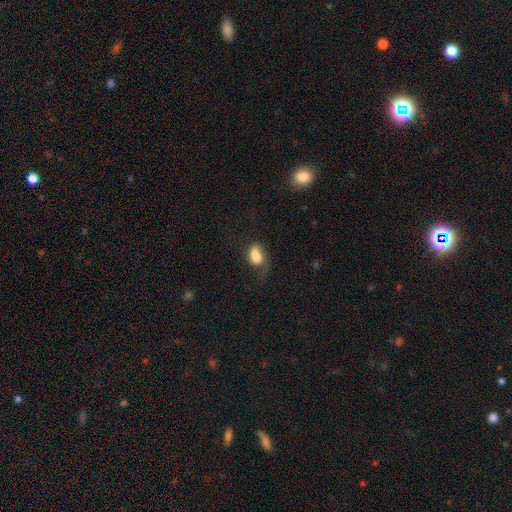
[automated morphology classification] The model was most divided on "merging": major disturbance: 37%, none: 33%, minor disturbance: 26%, merger: 4%. More confident: how rounded — in between (88%); smooth or featured — smooth (74%).